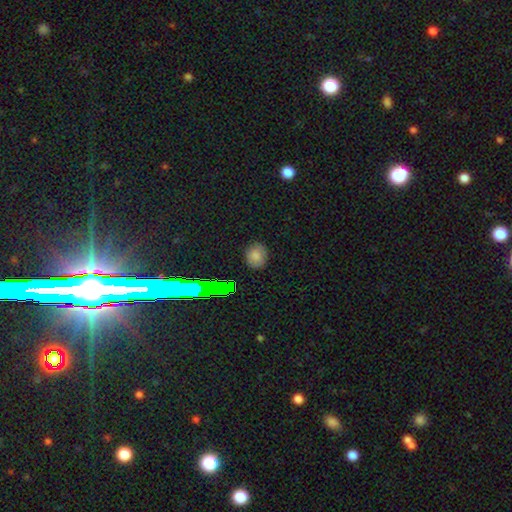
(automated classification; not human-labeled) Smooth or featured? smooth (78%)
How rounded? round (68%)
Merging? none (84%)